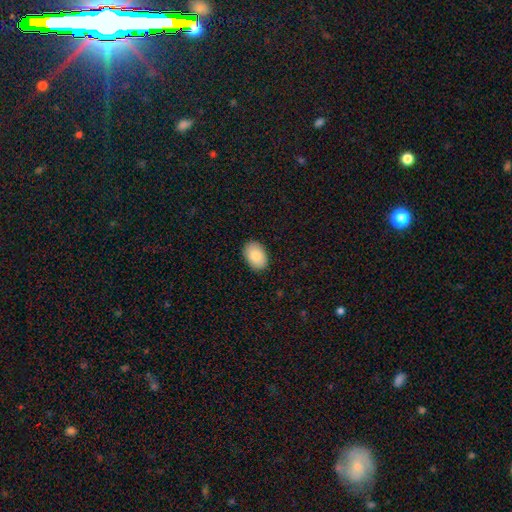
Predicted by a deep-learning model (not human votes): A smooth galaxy with no disk features (87%) that is in between round and cigar-shaped (86%). Merging: none (89%).